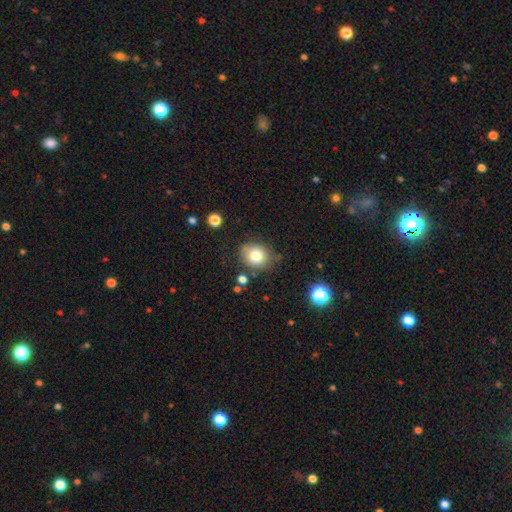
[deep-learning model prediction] Smooth or featured: smooth — 79% (star or artifact — 11%)
How rounded: round — 67% (in between — 32%)
Merging: none — 75% (minor disturbance — 17%)